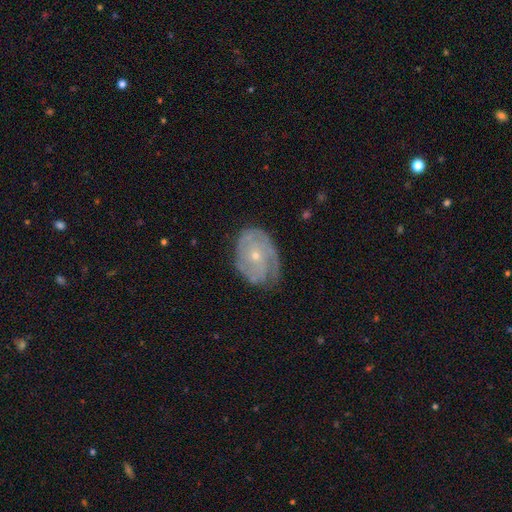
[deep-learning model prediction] Smooth or featured: featured or disk — 79% (smooth — 15%)
Edge-on disk: no — 97% (yes — 3%)
Bar: no — 80% (weak — 17%)
Spiral arms: yes — 91% (no — 9%)
Spiral winding: tight — 66% (medium — 26%)
Spiral arm count: can't tell — 37% (2 — 26%)
Bulge size: small — 72% (moderate — 25%)
Merging: none — 66% (minor disturbance — 24%)